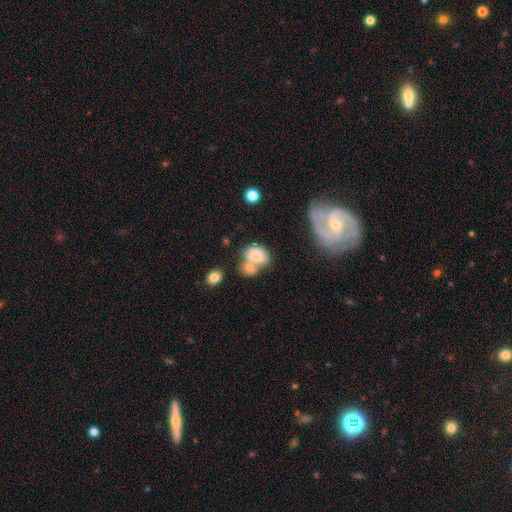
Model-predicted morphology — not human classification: Smooth or featured?
  - smooth: 67% *
  - featured or disk: 25%
  - star or artifact: 9%
How rounded?
  - in between: 68% *
  - round: 31%
  - cigar-shaped: 1%
Merging?
  - merger: 58% *
  - none: 21%
  - minor disturbance: 12%
  - major disturbance: 9%